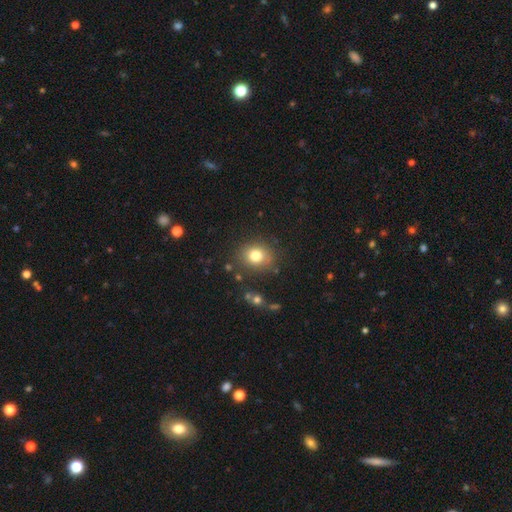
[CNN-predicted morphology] smooth-or-featured: smooth: 78% | star or artifact: 12% | featured or disk: 9%
  how-rounded: round: 67% | in between: 32% | cigar-shaped: 1%
  merging: none: 81% | minor disturbance: 12% | major disturbance: 4% | merger: 3%